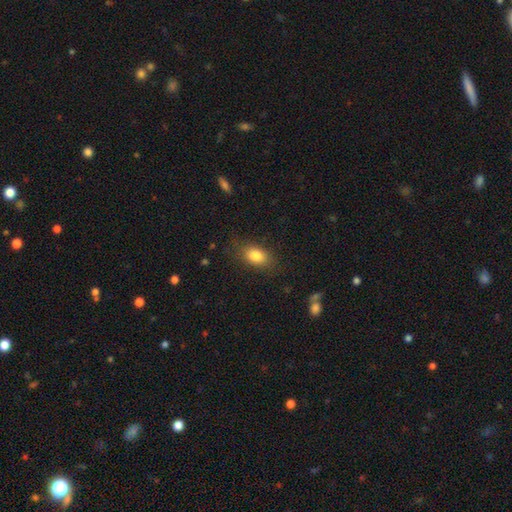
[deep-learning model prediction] This is clearly a smooth galaxy (83%). How rounded: clearly in between (82%). Merging: likely none (80%).